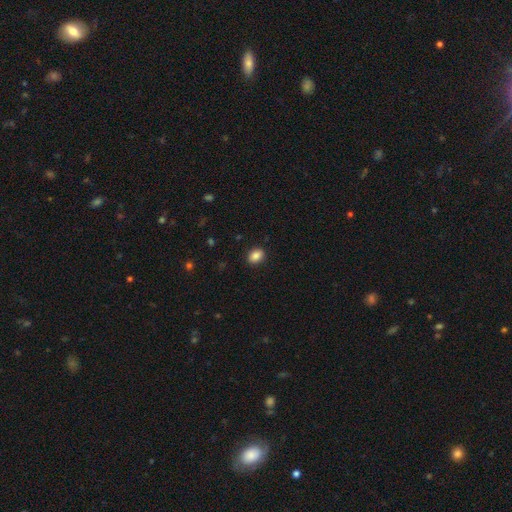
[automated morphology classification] Overall: smooth (88%). How rounded: in between (63%; round 36%). Merging: none (90%).